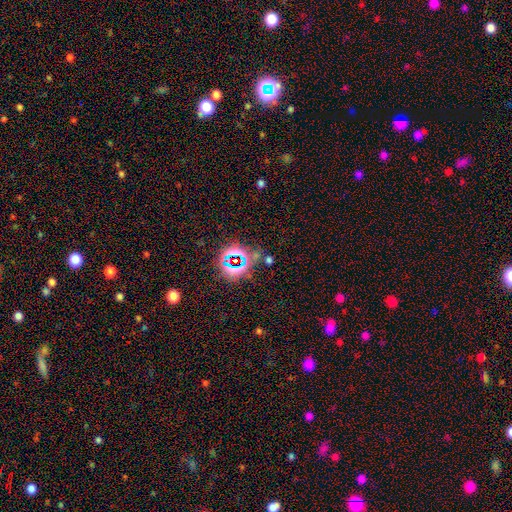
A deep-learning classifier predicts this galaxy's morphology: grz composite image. It shows a star or artifact, not a galaxy (72%).